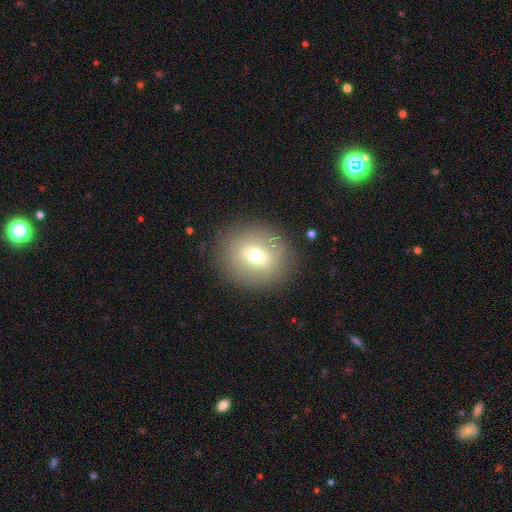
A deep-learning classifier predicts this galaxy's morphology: smooth_or_featured: smooth (p=0.54) [alt: featured or disk p=0.36]
how_rounded: round (p=0.74) [alt: in between p=0.24]
merging: none (p=0.85) [alt: minor disturbance p=0.09]